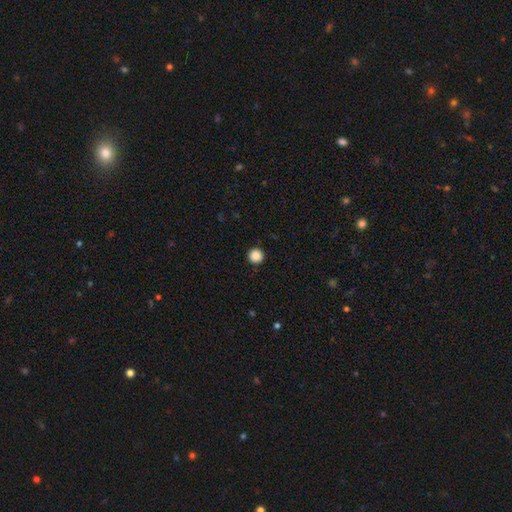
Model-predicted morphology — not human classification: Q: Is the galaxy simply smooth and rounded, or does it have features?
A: smooth — 88%.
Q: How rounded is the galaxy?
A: round — 96%.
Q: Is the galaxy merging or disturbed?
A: none — 92%.